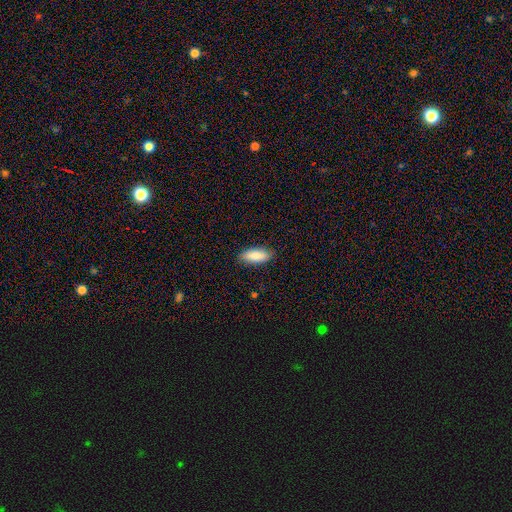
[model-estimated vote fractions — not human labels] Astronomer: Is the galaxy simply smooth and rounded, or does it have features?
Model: smooth — 87%.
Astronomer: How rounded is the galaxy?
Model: in between — 80%.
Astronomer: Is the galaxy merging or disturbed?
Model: none — 85%.